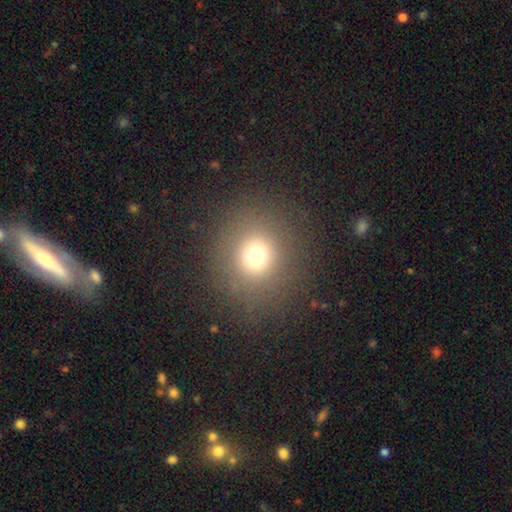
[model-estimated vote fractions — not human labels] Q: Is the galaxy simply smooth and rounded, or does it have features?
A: smooth — 71%.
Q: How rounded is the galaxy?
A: round — 87%.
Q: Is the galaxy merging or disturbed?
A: none — 86%.